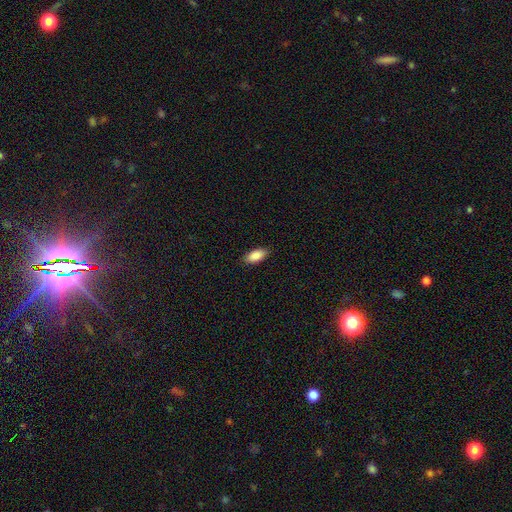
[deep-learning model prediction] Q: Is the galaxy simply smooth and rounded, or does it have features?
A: smooth — 89%.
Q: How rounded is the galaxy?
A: in between — 88%.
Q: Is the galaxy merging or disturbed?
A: none — 88%.